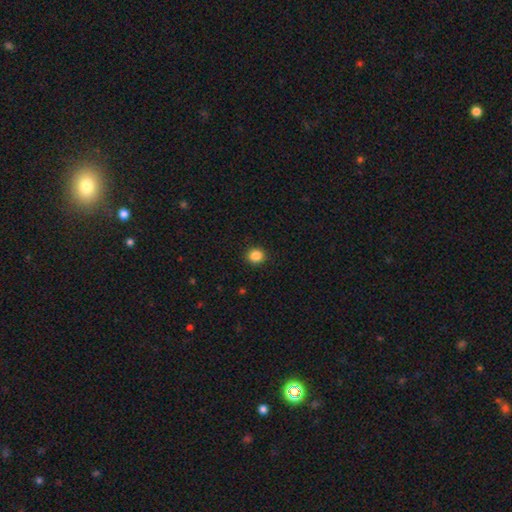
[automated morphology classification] smooth-or-featured: smooth: 85% | star or artifact: 11% | featured or disk: 4%
  how-rounded: round: 90% | in between: 9% | cigar-shaped: 1%
  merging: none: 92% | minor disturbance: 5% | major disturbance: 2% | merger: 1%